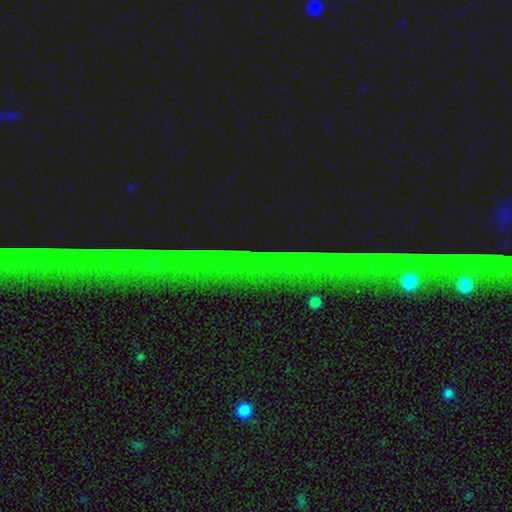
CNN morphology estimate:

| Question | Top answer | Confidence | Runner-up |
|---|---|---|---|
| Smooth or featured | star or artifact | 83% | featured or disk (10%) |